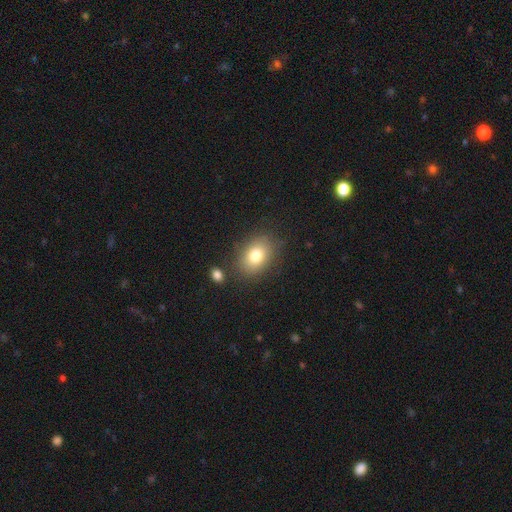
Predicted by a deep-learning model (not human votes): Morphology: type=smooth (79%); roundness=in between (75%); merging=none (81%).